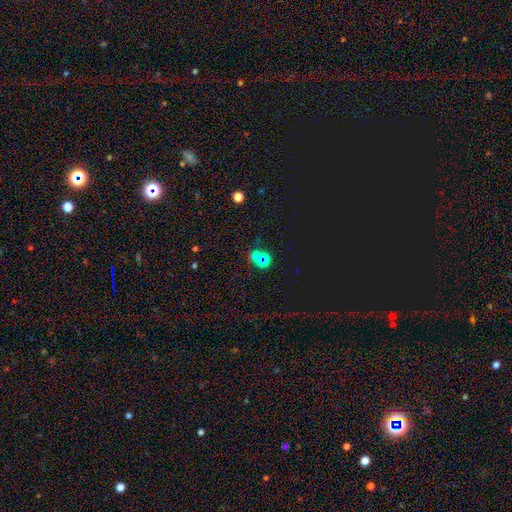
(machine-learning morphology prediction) smooth_or_featured: star or artifact (p=0.66) [alt: smooth p=0.23]